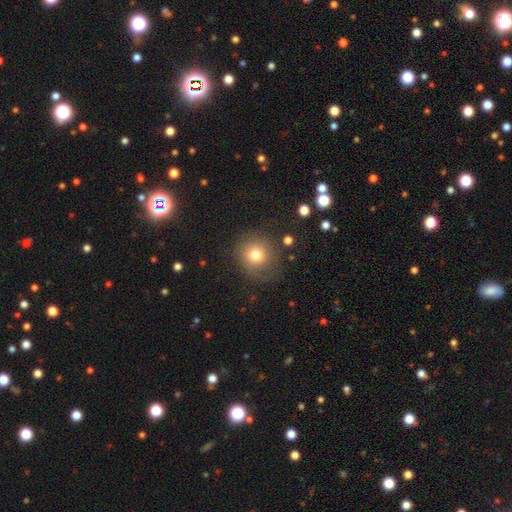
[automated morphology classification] Smooth or featured?
  - smooth: 46% *
  - star or artifact: 41%
  - featured or disk: 13%
Merging?
  - none: 87% *
  - minor disturbance: 7%
  - major disturbance: 4%
  - merger: 2%